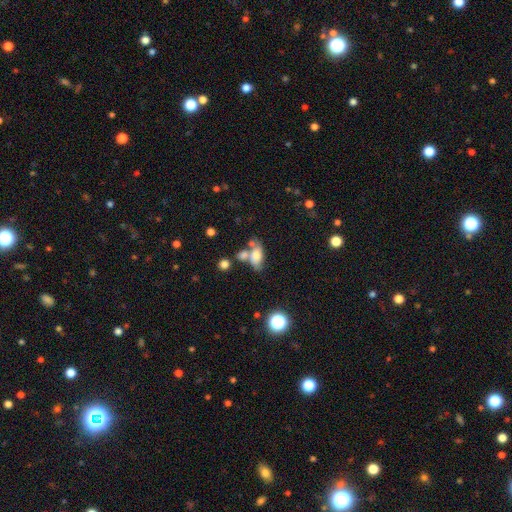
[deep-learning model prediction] Smooth or featured? Predicted: smooth (p=0.72). How rounded? Predicted: in between (p=0.84). Merging? Predicted: none (p=0.42).